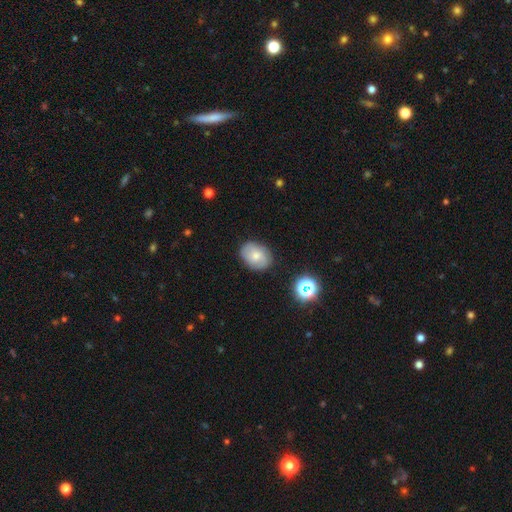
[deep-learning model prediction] Q: Smooth or featured?
A: smooth (63%); runner-up: featured or disk (27%)
Q: How rounded?
A: in between (66%); runner-up: round (33%)
Q: Merging?
A: none (81%); runner-up: minor disturbance (14%)